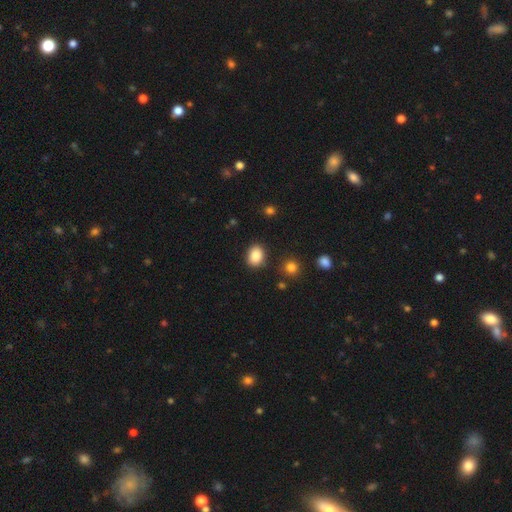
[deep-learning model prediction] Smooth or featured? Predicted: smooth (p=0.88). How rounded? Predicted: in between (p=0.59). Merging? Predicted: none (p=0.85).